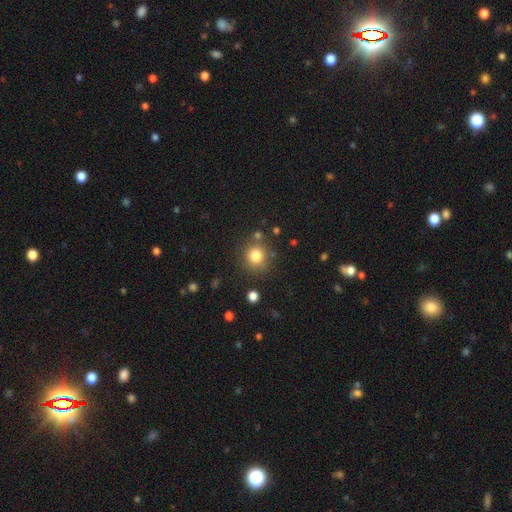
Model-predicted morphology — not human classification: Q: Smooth or featured?
A: smooth (81%); runner-up: star or artifact (12%)
Q: How rounded?
A: round (89%); runner-up: in between (10%)
Q: Merging?
A: none (80%); runner-up: minor disturbance (10%)